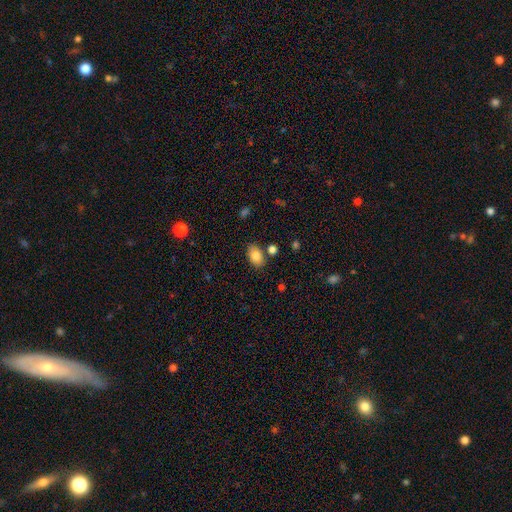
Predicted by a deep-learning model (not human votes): This is clearly a smooth galaxy (83%). How rounded: clearly in between (87%). Merging: likely none (78%).